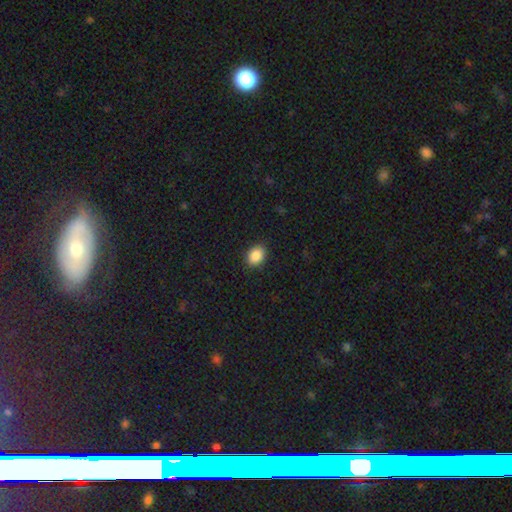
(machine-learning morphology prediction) A smooth galaxy with no disk features (89%) that is in between round and cigar-shaped (73%). Merging: none (89%).